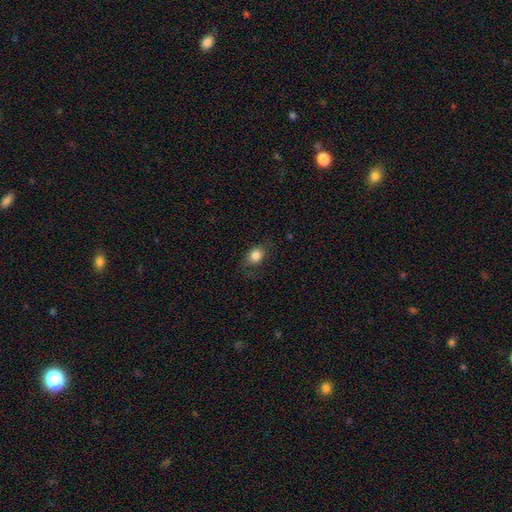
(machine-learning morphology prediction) type=smooth (83%); roundness=round (51%); merging=none (73%).